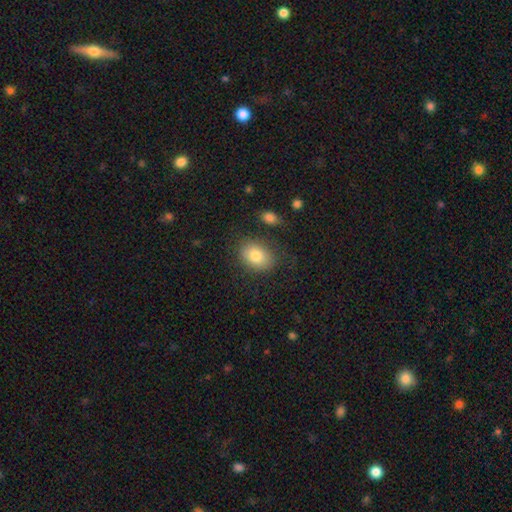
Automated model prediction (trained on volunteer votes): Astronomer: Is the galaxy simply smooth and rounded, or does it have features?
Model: smooth — 81%.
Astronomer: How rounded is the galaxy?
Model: in between — 72%.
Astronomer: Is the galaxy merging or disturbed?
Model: none — 76%.